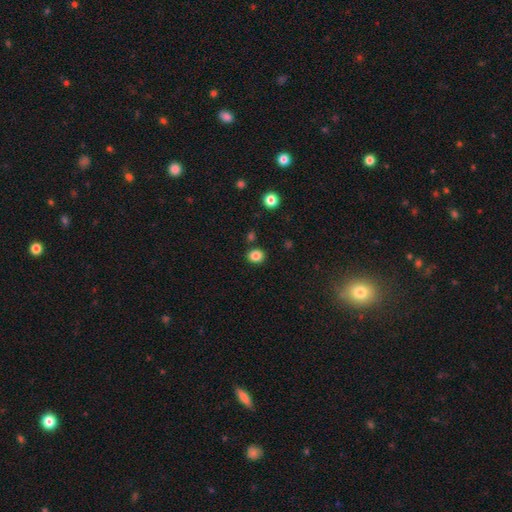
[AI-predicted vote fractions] Smooth or featured? smooth (85%)
How rounded? round (69%)
Merging? none (86%)